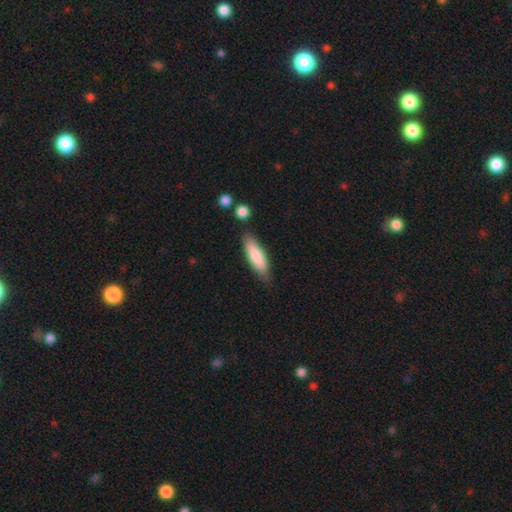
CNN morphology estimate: This is likely a smooth galaxy (78%). How rounded: possibly cigar-shaped (56%). Merging: likely none (75%).